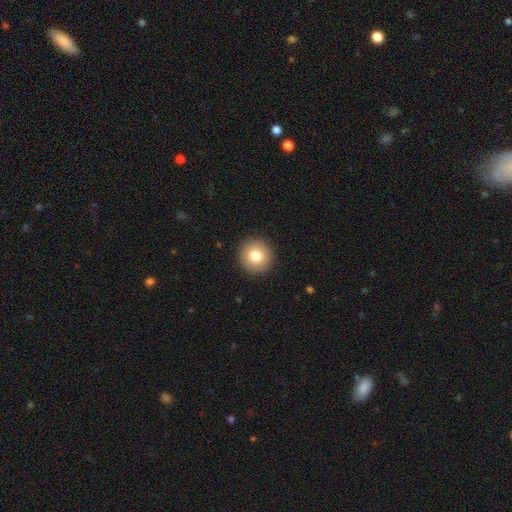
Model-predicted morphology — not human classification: smooth 79%, featured or disk 11%, star or artifact 10%. Down the decision tree: how rounded — round (94%); merging — none (92%).